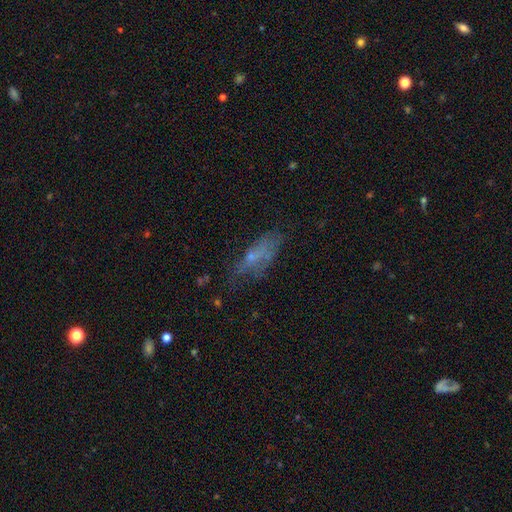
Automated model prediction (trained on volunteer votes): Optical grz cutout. It shows a smooth galaxy with no disk features (48%). Merging: none (47%).